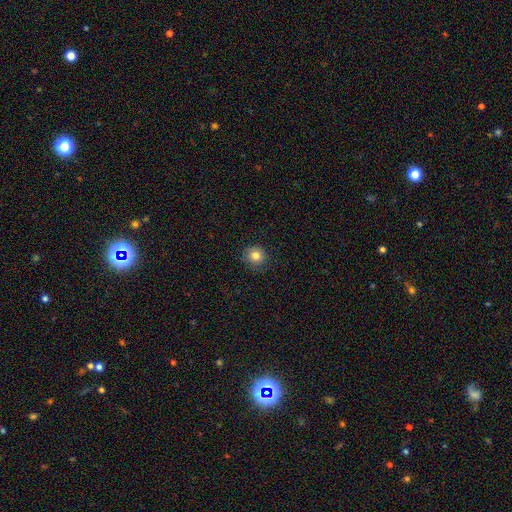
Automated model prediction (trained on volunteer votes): Smooth or featured? Predicted: smooth (p=0.82). How rounded? Predicted: round (p=0.93). Merging? Predicted: none (p=0.86).